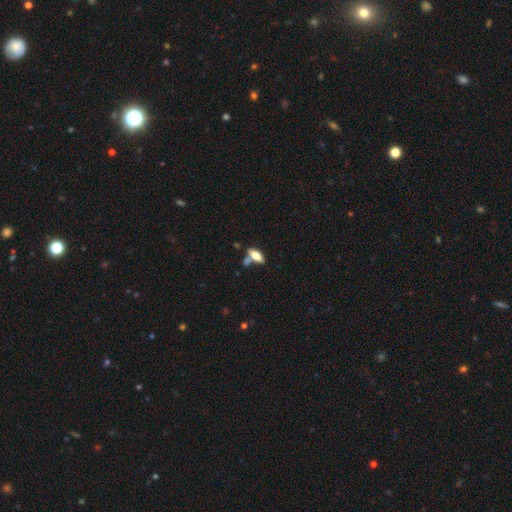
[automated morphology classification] Overall: smooth (63%; featured or disk 29%). How rounded: in between (73%). Merging: none (56%; merger 23%).